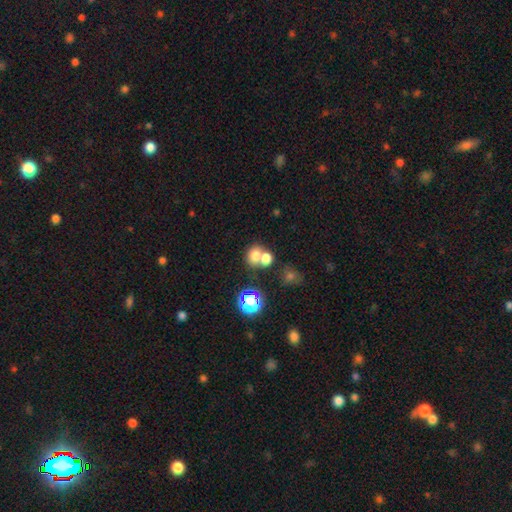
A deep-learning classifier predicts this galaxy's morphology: Q: Smooth or featured?
A: smooth (71%); runner-up: star or artifact (17%)
Q: How rounded?
A: round (63%); runner-up: in between (36%)
Q: Merging?
A: merger (51%); runner-up: none (39%)